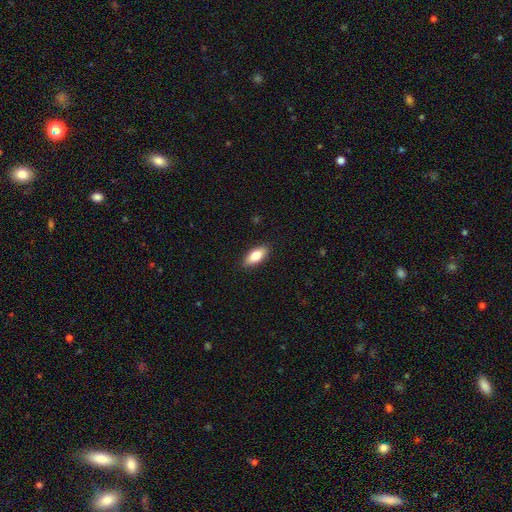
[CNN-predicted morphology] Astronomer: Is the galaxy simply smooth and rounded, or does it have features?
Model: smooth — 79%.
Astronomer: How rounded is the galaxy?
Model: in between — 81%.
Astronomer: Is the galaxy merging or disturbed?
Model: none — 89%.